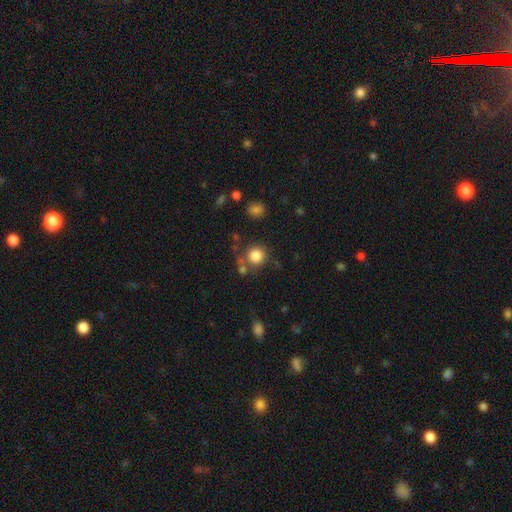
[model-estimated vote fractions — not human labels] This appears to be a smooth galaxy with no disk features (83%) that is round (92%). Merging: none (73%).